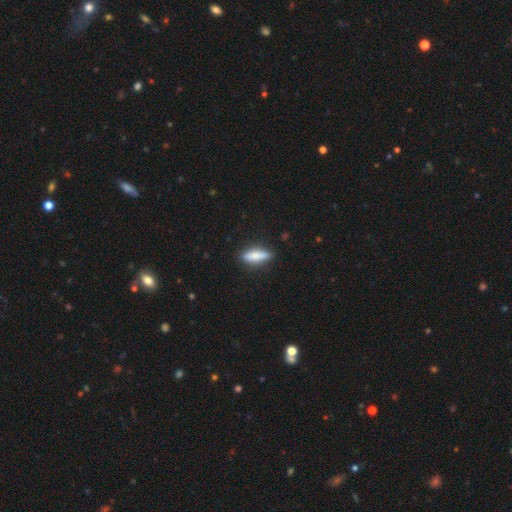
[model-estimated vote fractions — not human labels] This appears to be a smooth galaxy with no disk features (69%) that is cigar-shaped (64%). Merging: none (87%).